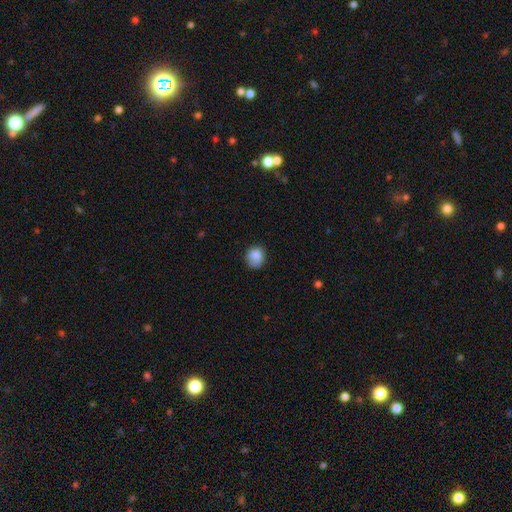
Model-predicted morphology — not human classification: A smooth galaxy with no disk features (84%) that is round (68%). Merging: none (67%).